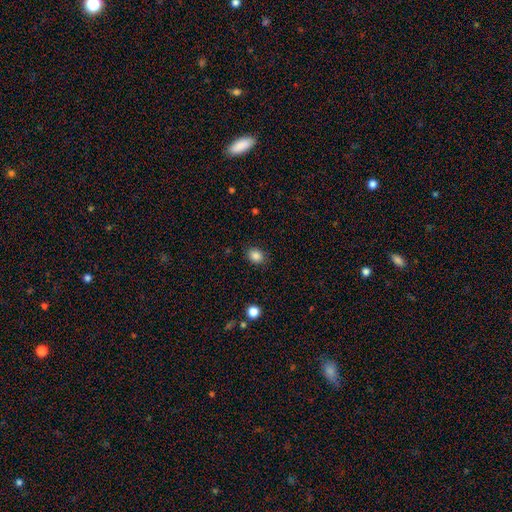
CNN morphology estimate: Smooth or featured?
  - smooth: 86% *
  - star or artifact: 10%
  - featured or disk: 4%
How rounded?
  - in between: 55% *
  - round: 44%
  - cigar-shaped: 1%
Merging?
  - none: 86% *
  - minor disturbance: 10%
  - major disturbance: 3%
  - merger: 1%